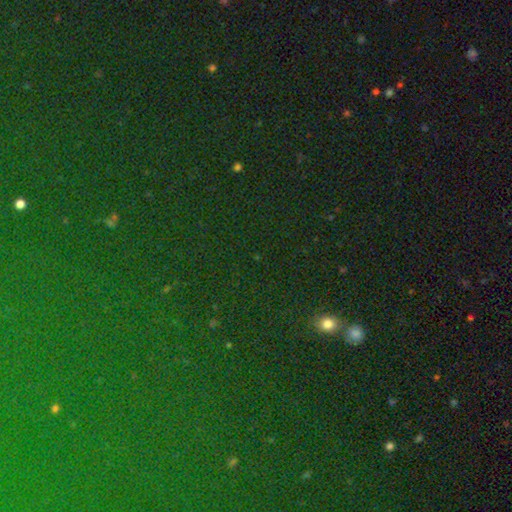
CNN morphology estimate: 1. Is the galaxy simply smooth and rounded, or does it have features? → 80% star or artifact, 12% smooth, 8% featured or disk.